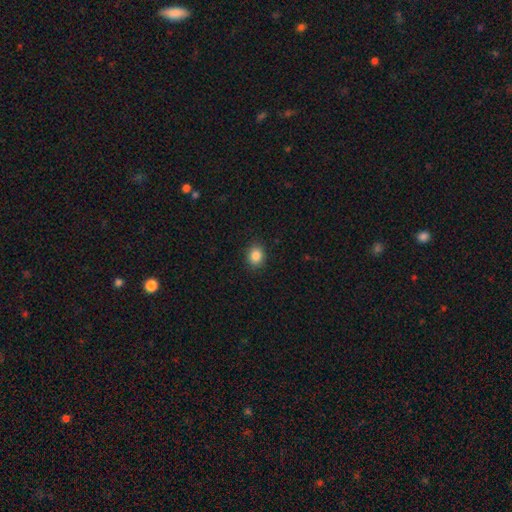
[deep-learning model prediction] Smooth or featured? Predicted: smooth (p=0.86). How rounded? Predicted: round (p=0.57). Merging? Predicted: none (p=0.89).